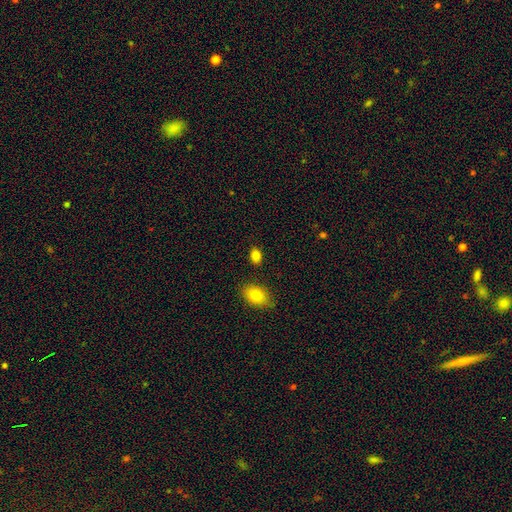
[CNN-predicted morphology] smooth 84%, star or artifact 10%, featured or disk 6%. Down the decision tree: how rounded — in between (78%); merging — none (85%).